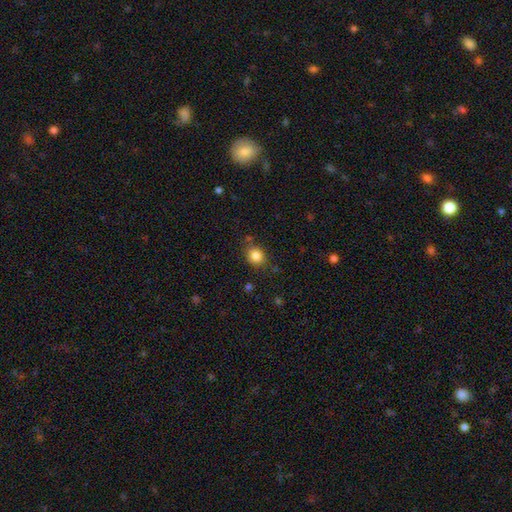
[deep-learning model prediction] The model was most divided on "how rounded": round: 66%, in between: 33%, cigar-shaped: 1%. More confident: smooth or featured — smooth (84%); merging — none (79%).